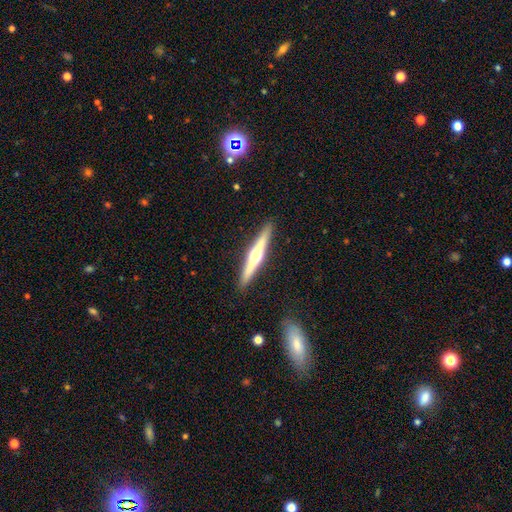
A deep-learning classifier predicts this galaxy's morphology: The model was most divided on "smooth or featured": featured or disk: 65%, smooth: 29%, star or artifact: 5%. More confident: edge-on disk — yes (98%); merging — none (91%); edge-on bulge — rounded (88%).